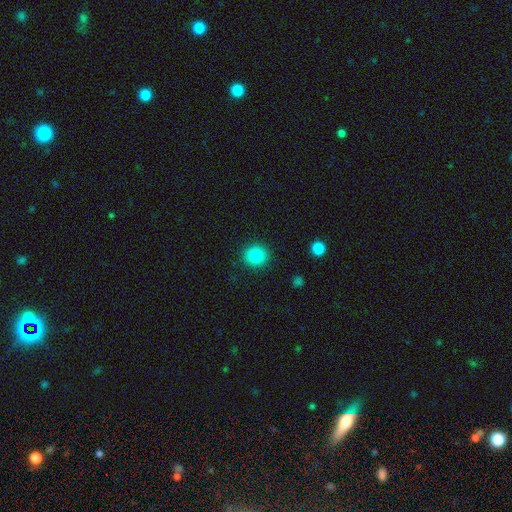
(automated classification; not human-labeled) This is clearly a smooth galaxy (84%). How rounded: clearly round (90%). Merging: clearly none (91%).